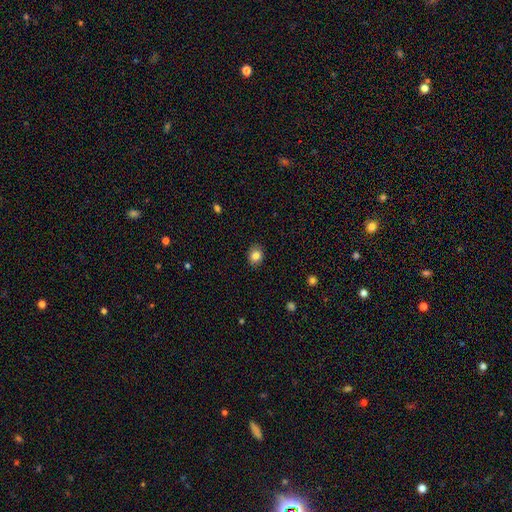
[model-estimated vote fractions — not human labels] Morphology: type=smooth (84%); roundness=round (53%); merging=none (87%).